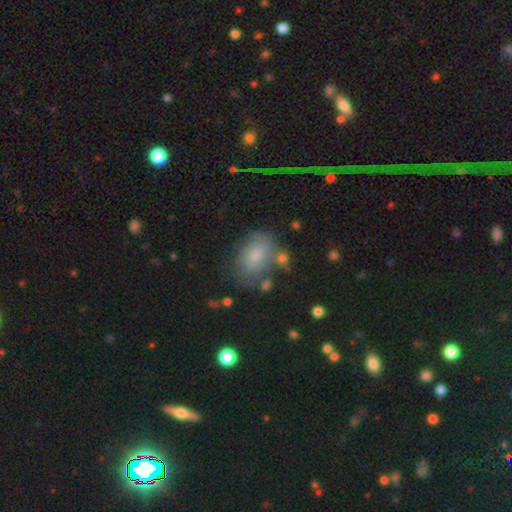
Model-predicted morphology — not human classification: Overall: smooth (62%; featured or disk 24%). How rounded: in between (80%). Merging: none (64%).